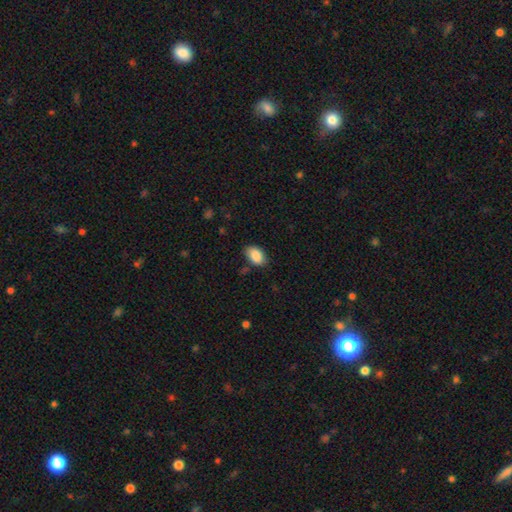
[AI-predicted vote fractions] This appears to be a smooth galaxy with no disk features (88%) that is in between round and cigar-shaped (90%). Merging: none (76%).